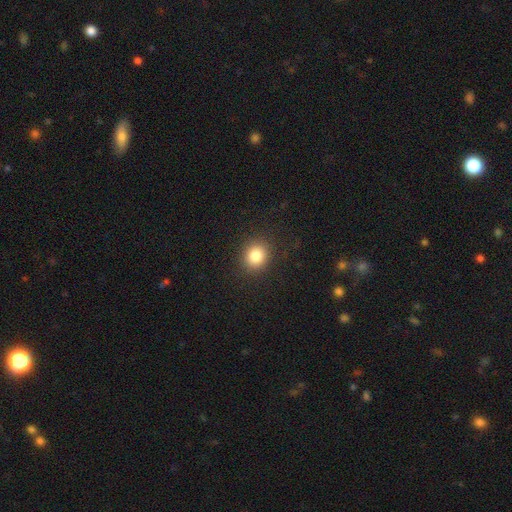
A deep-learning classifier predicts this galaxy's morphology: This appears to be a smooth galaxy with no disk features (84%) that is round (75%). Merging: none (89%).